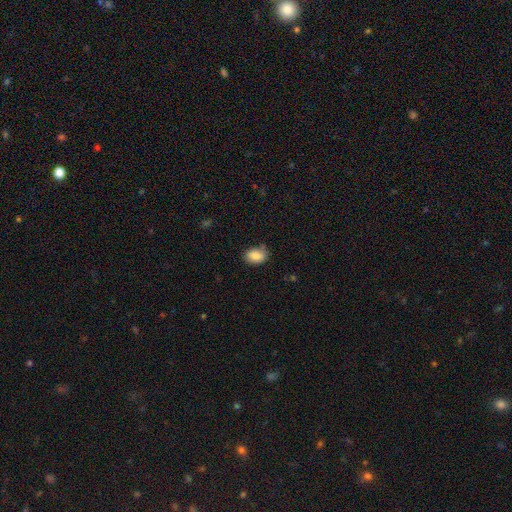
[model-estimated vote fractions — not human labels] This is clearly a smooth galaxy (85%). How rounded: clearly in between (82%). Merging: likely none (71%).